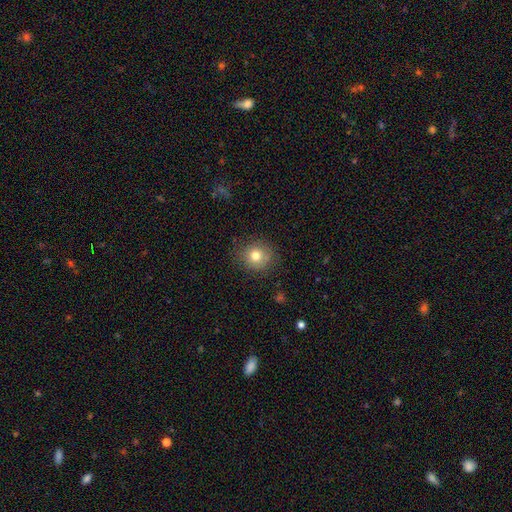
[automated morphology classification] This appears to be a smooth galaxy with no disk features (78%) that is round (88%). Merging: none (84%).